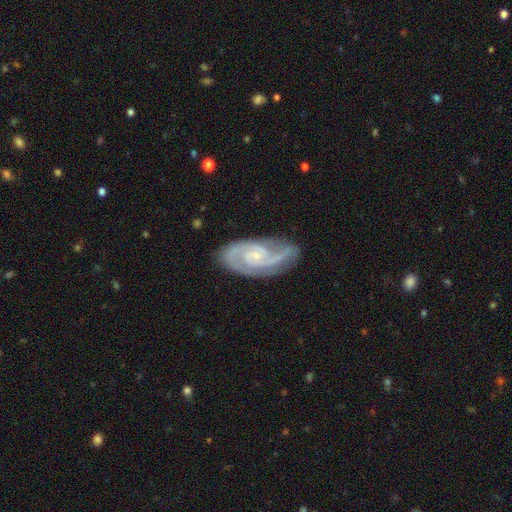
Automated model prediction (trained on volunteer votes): This is clearly a featured or disk galaxy (91%). It is clearly not viewed edge-on (97%). Bar: possibly no (60%). Spiral arm pattern: clearly yes (98%). Spiral arm count: likely 2 (78%). Spiral winding: possibly tight (49%). Central bulge: likely small (77%). Merging: likely none (78%).